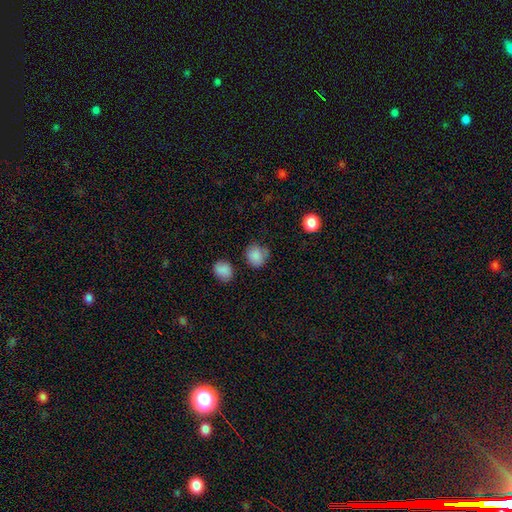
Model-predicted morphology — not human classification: Smooth or featured?
  - smooth: 84% *
  - star or artifact: 10%
  - featured or disk: 6%
How rounded?
  - round: 79% *
  - in between: 20%
  - cigar-shaped: 1%
Merging?
  - none: 68% *
  - minor disturbance: 21%
  - major disturbance: 6%
  - merger: 5%